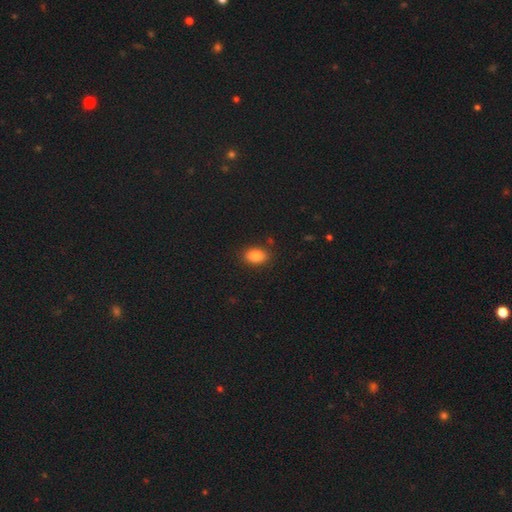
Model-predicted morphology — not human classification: smooth-or-featured: smooth: 84% | star or artifact: 9% | featured or disk: 6%
  how-rounded: in between: 81% | round: 18% | cigar-shaped: 1%
  merging: none: 86% | minor disturbance: 10% | major disturbance: 2% | merger: 2%